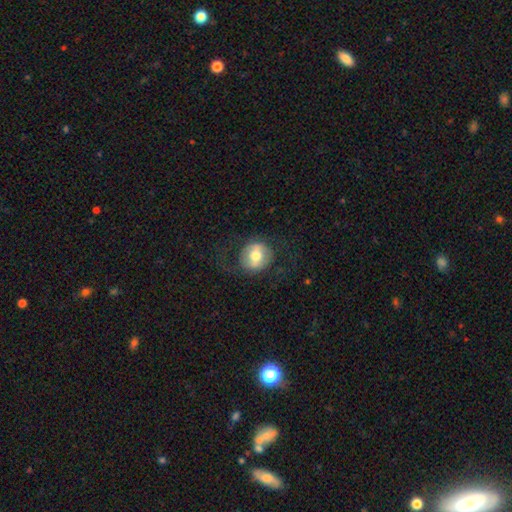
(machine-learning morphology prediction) Smooth or featured: smooth — 50% (featured or disk — 42%)
How rounded: round — 81% (in between — 18%)
Merging: none — 71% (minor disturbance — 14%)